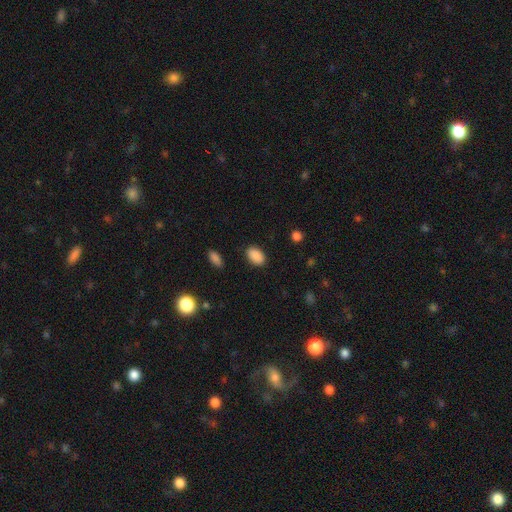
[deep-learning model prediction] This is clearly a smooth galaxy (89%). How rounded: clearly in between (90%). Merging: clearly none (87%).